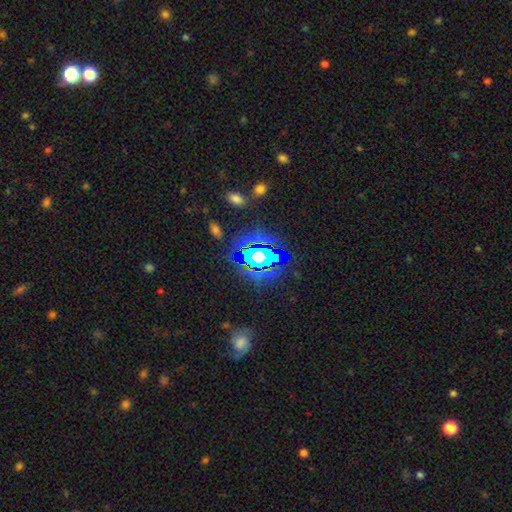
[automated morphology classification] Smooth or featured? Predicted: star or artifact (p=0.74).